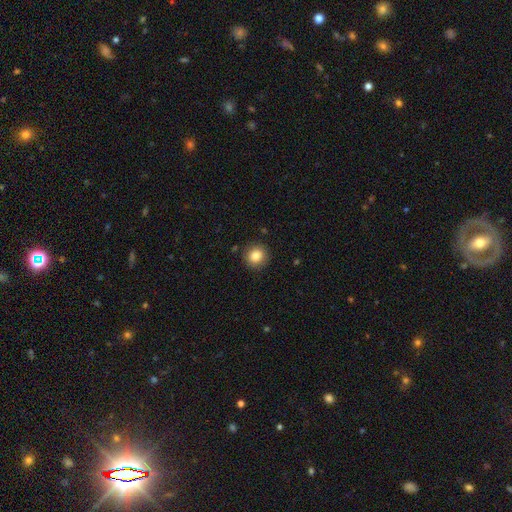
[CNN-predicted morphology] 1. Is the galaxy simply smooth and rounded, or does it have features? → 83% smooth, 10% star or artifact, 7% featured or disk.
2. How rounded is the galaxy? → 90% round, 9% in between, 1% cigar-shaped.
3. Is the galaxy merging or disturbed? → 89% none, 8% minor disturbance, 2% major disturbance, 1% merger.